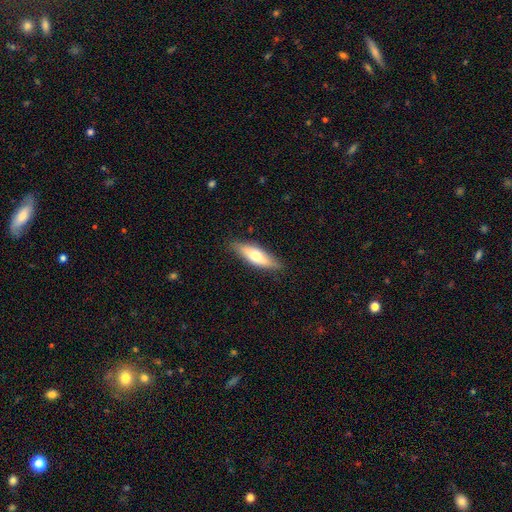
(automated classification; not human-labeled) Smooth or featured: smooth — 60% (featured or disk — 34%)
How rounded: cigar-shaped — 53% (in between — 45%)
Merging: none — 85% (minor disturbance — 12%)